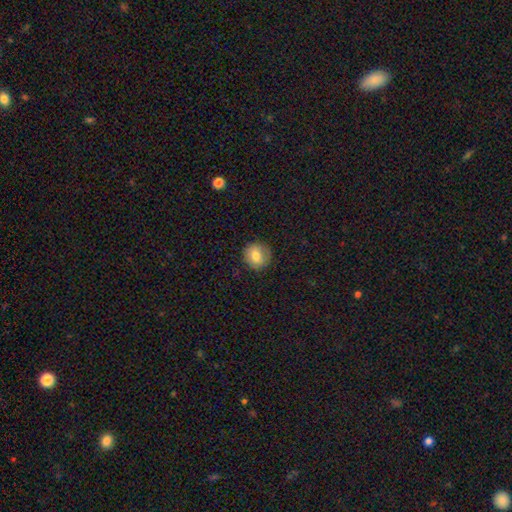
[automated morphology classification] Smooth or featured: smooth — 75% (featured or disk — 16%)
How rounded: round — 90% (in between — 9%)
Merging: none — 87% (minor disturbance — 10%)